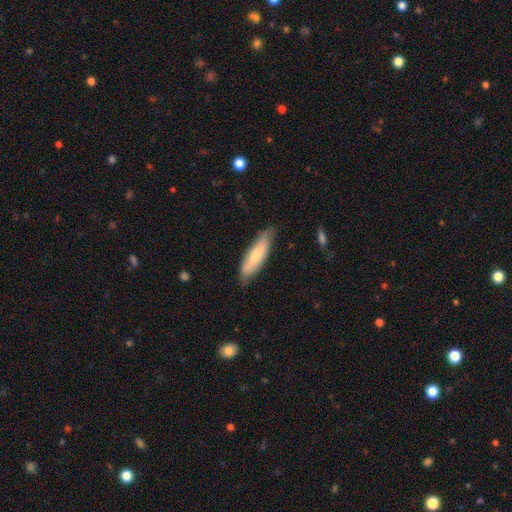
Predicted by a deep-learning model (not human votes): The model was most divided on "how rounded": cigar-shaped: 60%, in between: 39%, round: 2%. More confident: smooth or featured — smooth (69%); merging — none (69%).